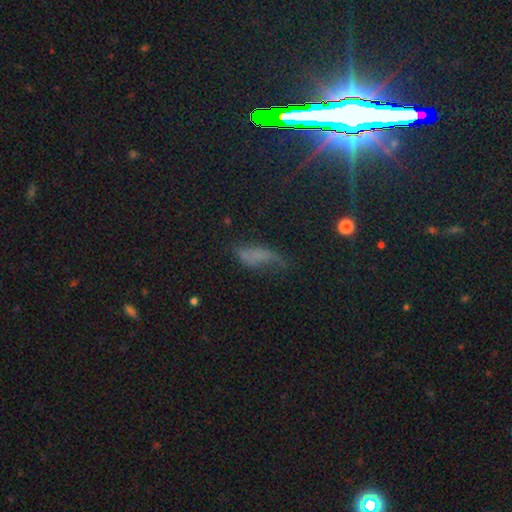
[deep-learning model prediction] Smooth or featured: smooth — 46% (featured or disk — 29%)
Merging: none — 37% (minor disturbance — 29%)